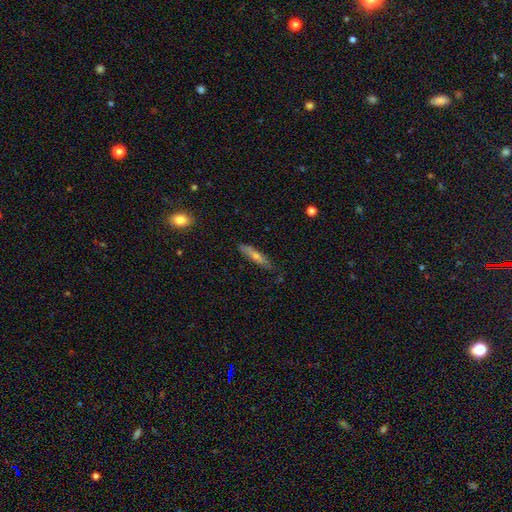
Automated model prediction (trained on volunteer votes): smooth_or_featured: smooth (p=0.49) [alt: featured or disk p=0.44]
merging: none (p=0.82) [alt: minor disturbance p=0.14]